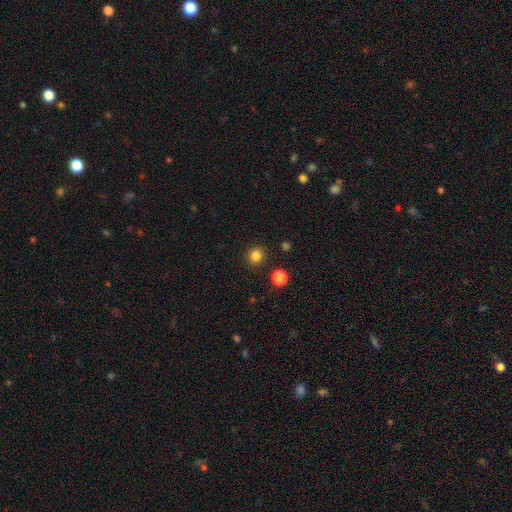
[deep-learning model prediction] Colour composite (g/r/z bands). It shows a smooth galaxy with no disk features (83%) that is round (89%). Merging: none (90%).